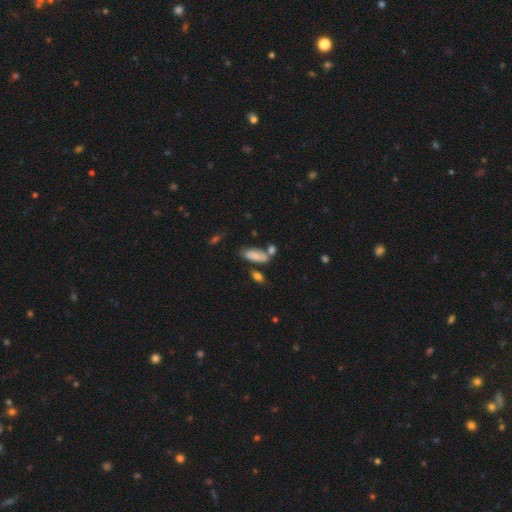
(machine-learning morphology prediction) A smooth galaxy with no disk features (79%) that is in between round and cigar-shaped (79%).

Vote fractions:
- Smooth or featured? smooth: 79% / featured or disk: 13% / star or artifact: 8%
- How rounded? in between: 79% / cigar-shaped: 18% / round: 3%
- Merging? none: 53% / merger: 21% / minor disturbance: 18% / major disturbance: 7%